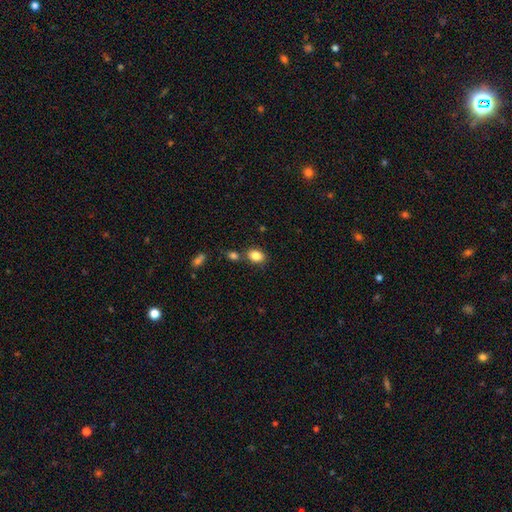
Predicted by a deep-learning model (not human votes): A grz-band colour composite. It shows a smooth galaxy with no disk features (84%) that is in between round and cigar-shaped (69%). Merging: none (68%).